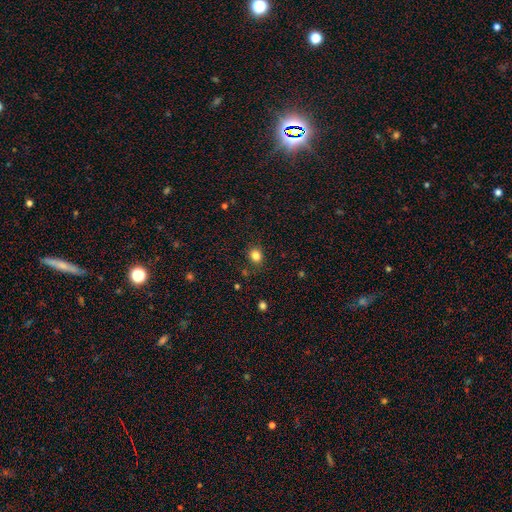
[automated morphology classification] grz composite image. It shows a smooth galaxy with no disk features (83%) that is round (72%). Merging: none (85%).